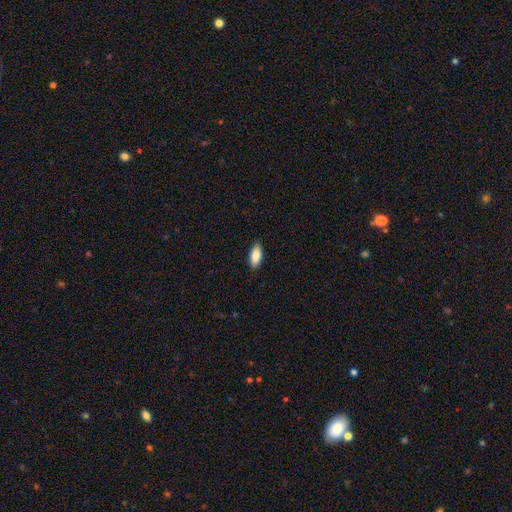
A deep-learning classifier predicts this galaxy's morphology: The model was most divided on "how rounded": in between: 84%, cigar-shaped: 14%, round: 2%. More confident: merging — none (88%); smooth or featured — smooth (88%).